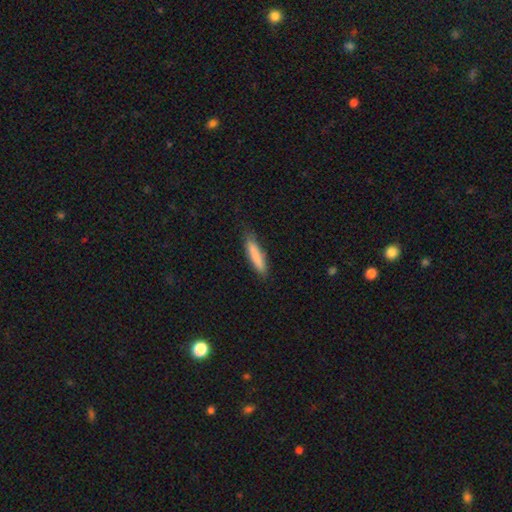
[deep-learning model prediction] The model was most divided on "merging": none: 81%, minor disturbance: 15%, major disturbance: 3%, merger: 1%. More confident: smooth or featured — smooth (84%); how rounded — cigar-shaped (82%).